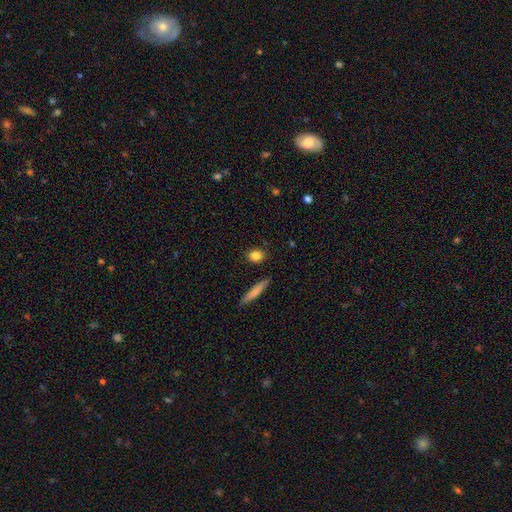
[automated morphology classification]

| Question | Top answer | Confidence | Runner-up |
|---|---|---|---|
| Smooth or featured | smooth | 84% | featured or disk (8%) |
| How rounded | in between | 48% | round (43%) |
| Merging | none | 86% | minor disturbance (9%) |